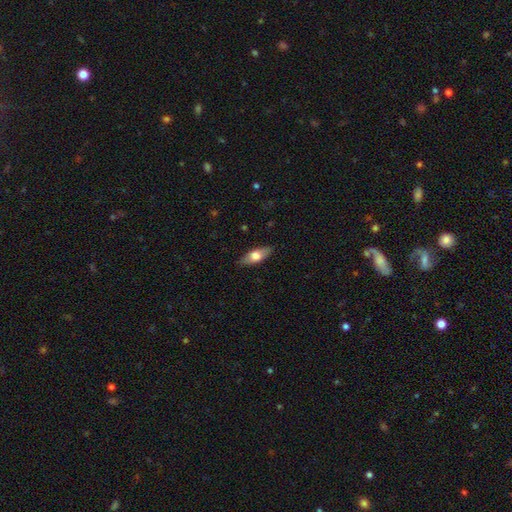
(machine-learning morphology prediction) smooth 65%, featured or disk 29%, star or artifact 6%. Down the decision tree: how rounded — in between (74%); merging — none (87%).